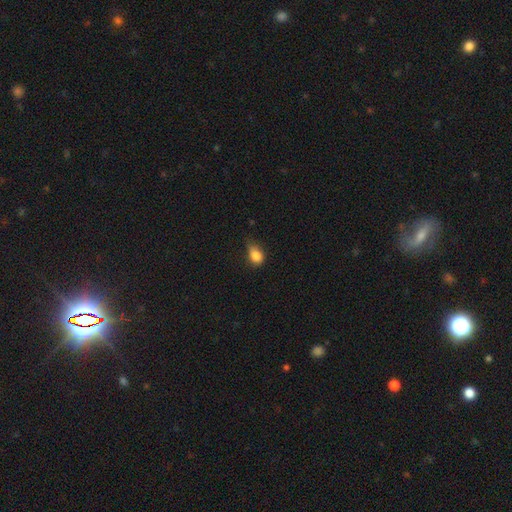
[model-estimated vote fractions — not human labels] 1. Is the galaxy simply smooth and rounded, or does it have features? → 83% smooth, 10% star or artifact, 7% featured or disk.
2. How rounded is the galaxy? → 71% in between, 27% round, 2% cigar-shaped.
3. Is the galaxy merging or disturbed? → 45% minor disturbance, 37% none, 15% major disturbance, 2% merger.